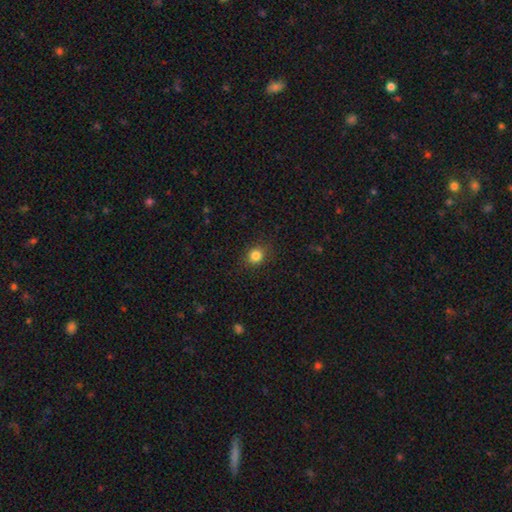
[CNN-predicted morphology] This is clearly a smooth galaxy (84%). How rounded: clearly round (82%). Merging: clearly none (88%).